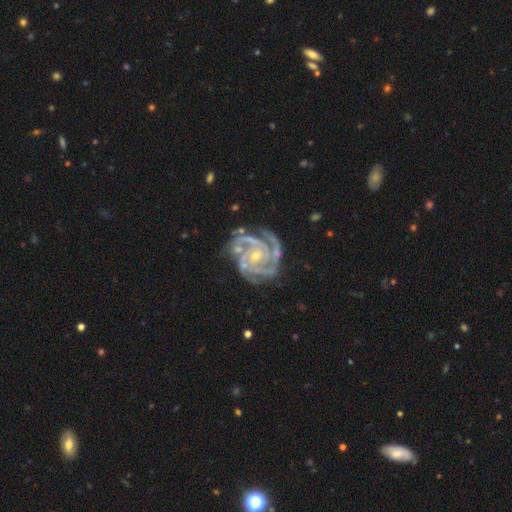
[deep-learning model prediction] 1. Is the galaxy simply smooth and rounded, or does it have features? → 92% featured or disk, 5% star or artifact, 3% smooth.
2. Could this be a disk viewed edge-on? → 98% no, 2% yes.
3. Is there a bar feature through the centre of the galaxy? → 67% no, 22% weak, 11% strong.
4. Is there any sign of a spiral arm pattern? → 99% yes, 1% no.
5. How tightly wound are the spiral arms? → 73% tight, 25% medium, 3% loose.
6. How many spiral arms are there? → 44% 3, 26% 4, 11% 2, 8% can't tell, 6% more than 4, 5% 1.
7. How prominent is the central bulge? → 70% small, 27% moderate, 1% none, 1% large, 1% dominant.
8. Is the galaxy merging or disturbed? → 69% none, 20% minor disturbance, 8% major disturbance, 3% merger.